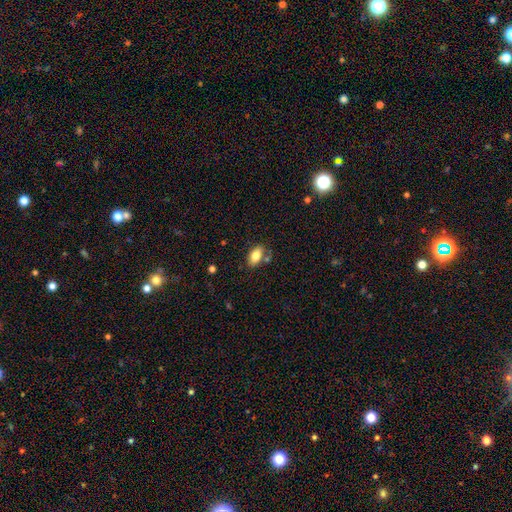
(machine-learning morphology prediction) Smooth or featured? smooth (81%)
How rounded? in between (91%)
Merging? none (72%)